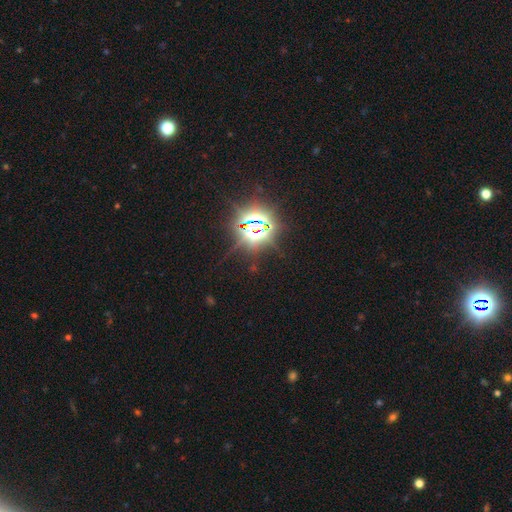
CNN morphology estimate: This is clearly a star or artifact rather than a galaxy (83%).